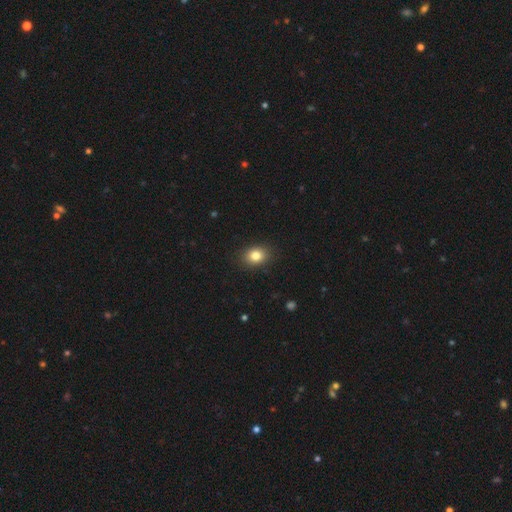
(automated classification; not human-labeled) Q: Smooth or featured?
A: smooth (83%); runner-up: star or artifact (10%)
Q: How rounded?
A: in between (59%); runner-up: round (40%)
Q: Merging?
A: none (89%); runner-up: minor disturbance (8%)